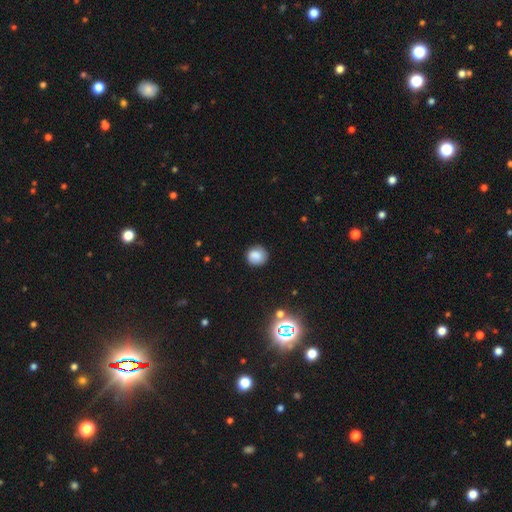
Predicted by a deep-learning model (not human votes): Q: Smooth or featured?
A: smooth (80%); runner-up: star or artifact (10%)
Q: How rounded?
A: round (89%); runner-up: in between (10%)
Q: Merging?
A: none (83%); runner-up: minor disturbance (12%)